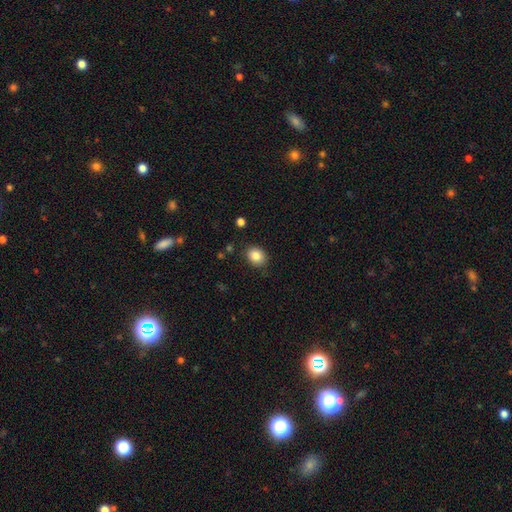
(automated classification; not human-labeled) Smooth or featured: smooth — 86% (star or artifact — 9%)
How rounded: round — 52% (in between — 47%)
Merging: none — 86% (minor disturbance — 10%)